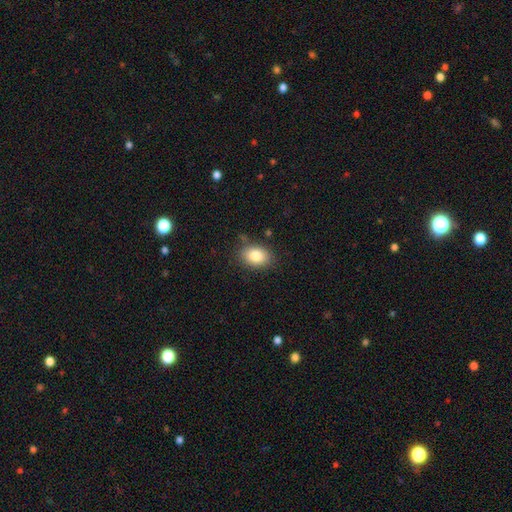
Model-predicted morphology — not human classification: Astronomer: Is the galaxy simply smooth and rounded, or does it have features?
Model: smooth — 84%.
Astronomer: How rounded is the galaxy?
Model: in between — 77%.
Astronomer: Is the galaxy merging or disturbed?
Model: none — 82%.